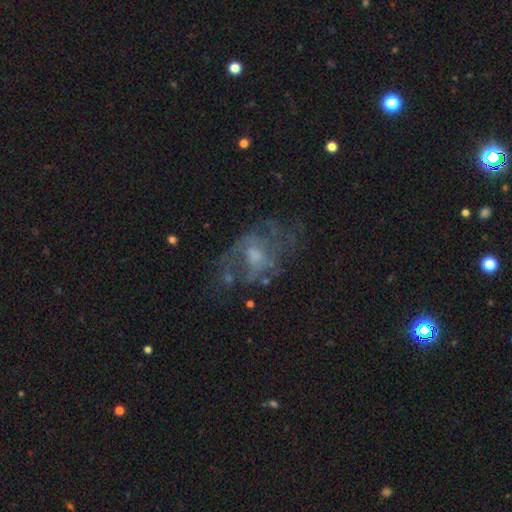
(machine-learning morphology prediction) Smooth or featured: featured or disk — 66% (smooth — 22%)
Edge-on disk: no — 96% (yes — 4%)
Bar: no — 69% (weak — 27%)
Spiral arms: yes — 50% (tied with no — 50%)
Bulge size: moderate — 40% (small — 31%)
Merging: none — 46% (major disturbance — 31%)